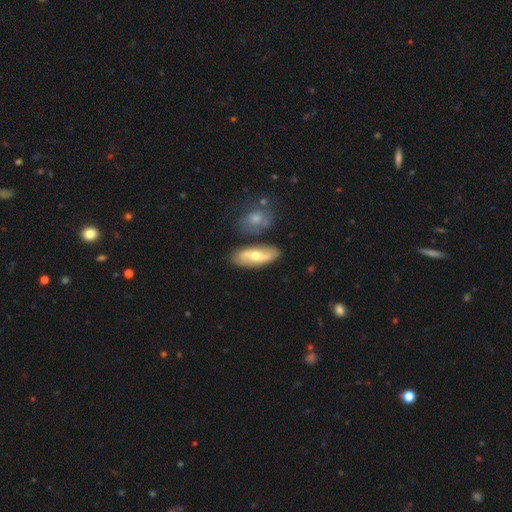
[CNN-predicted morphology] smooth-or-featured: featured or disk: 50% | smooth: 45% | star or artifact: 5%
  merging: none: 77% | minor disturbance: 12% | merger: 8% | major disturbance: 3%